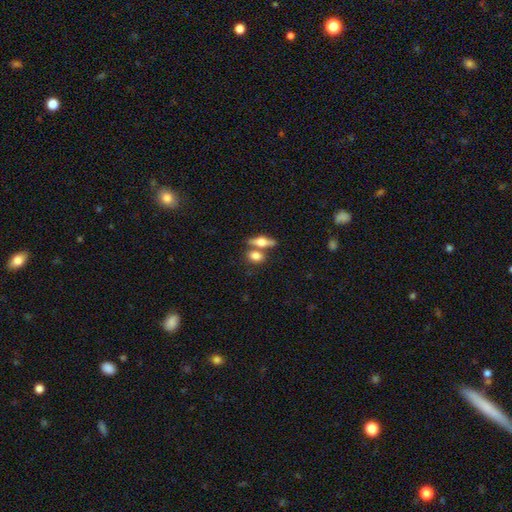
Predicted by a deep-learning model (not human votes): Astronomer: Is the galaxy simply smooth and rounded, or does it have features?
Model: smooth — 66%.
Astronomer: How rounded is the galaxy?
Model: in between — 68%.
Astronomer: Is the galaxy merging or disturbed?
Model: none — 55% (runner-up: merger, 31%).